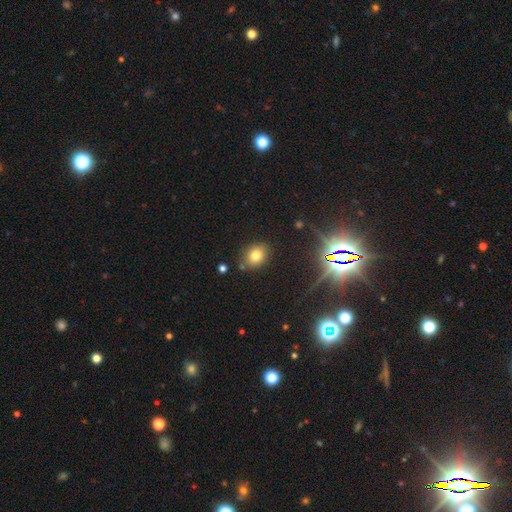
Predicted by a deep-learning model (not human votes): Smooth or featured: smooth — 76% (star or artifact — 15%)
How rounded: round — 50% (in between — 49%)
Merging: none — 81% (minor disturbance — 11%)